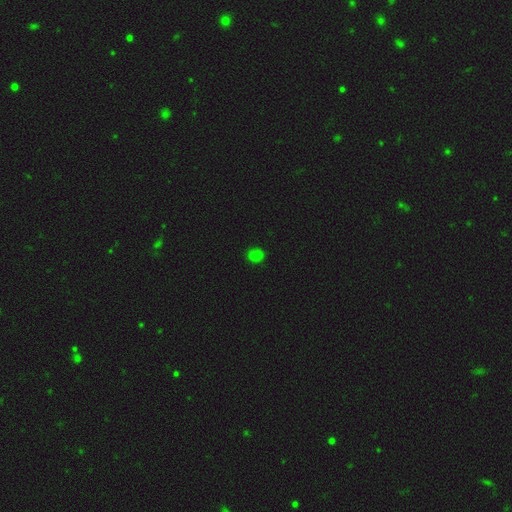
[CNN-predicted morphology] Smooth or featured? smooth (76%)
How rounded? round (72%)
Merging? none (85%)